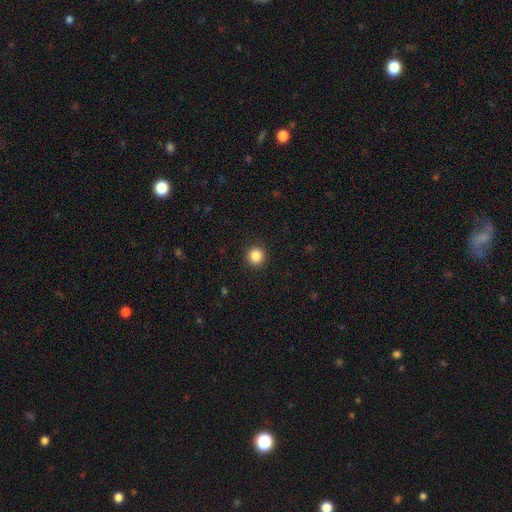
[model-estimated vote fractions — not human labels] The model was most divided on "smooth or featured": smooth: 86%, star or artifact: 10%, featured or disk: 4%. More confident: how rounded — round (94%); merging — none (92%).